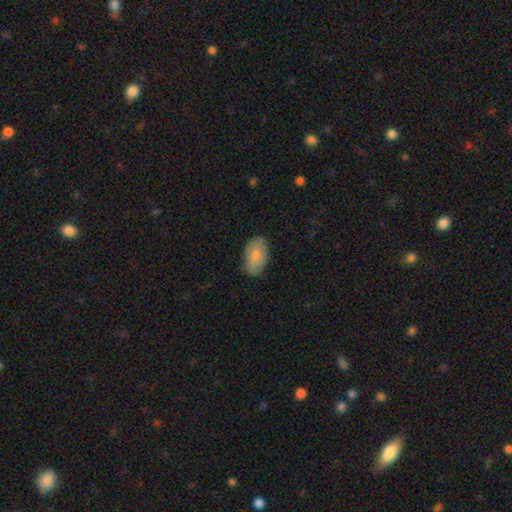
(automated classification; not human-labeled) Morphology: type=smooth (76%); roundness=in between (94%); merging=none (81%).